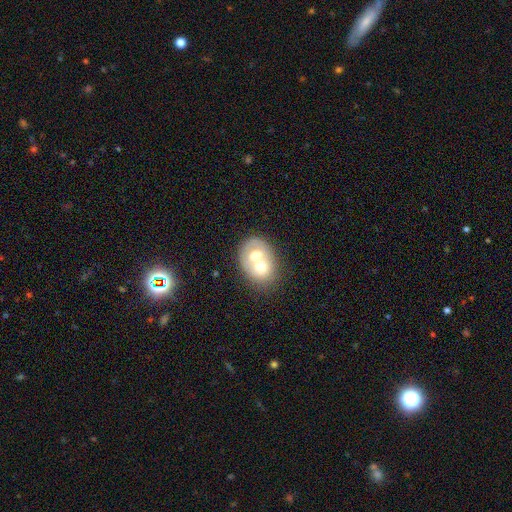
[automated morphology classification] smooth-or-featured: smooth: 55% | featured or disk: 38% | star or artifact: 8%
  how-rounded: round: 52% | in between: 48% | cigar-shaped: 1%
  merging: merger: 69% | none: 21% | minor disturbance: 7% | major disturbance: 3%